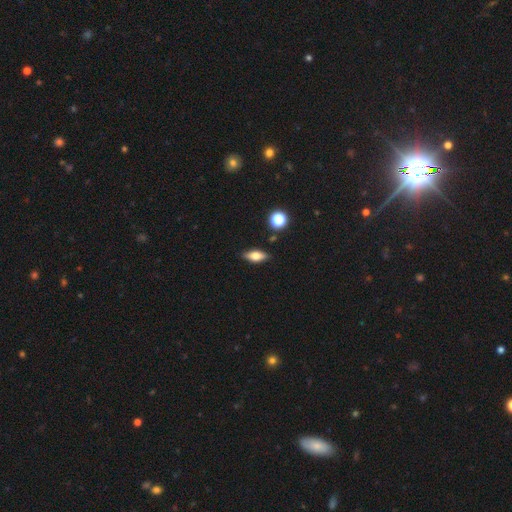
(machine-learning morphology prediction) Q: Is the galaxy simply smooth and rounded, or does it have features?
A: smooth — 63%.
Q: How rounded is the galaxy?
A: in between — 75%.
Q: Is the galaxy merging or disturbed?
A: none — 86%.